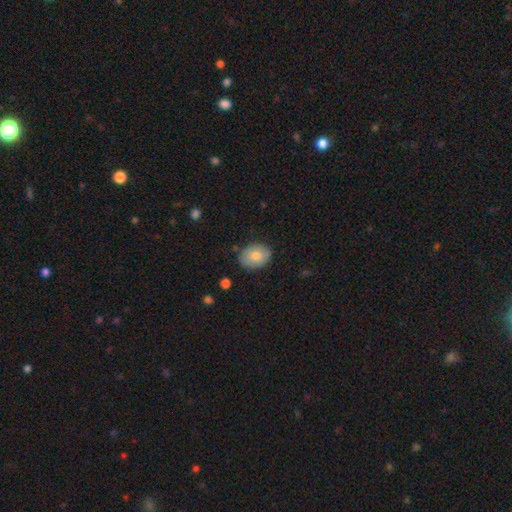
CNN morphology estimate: Smooth or featured? Predicted: smooth (p=0.77). How rounded? Predicted: in between (p=0.69). Merging? Predicted: none (p=0.83).